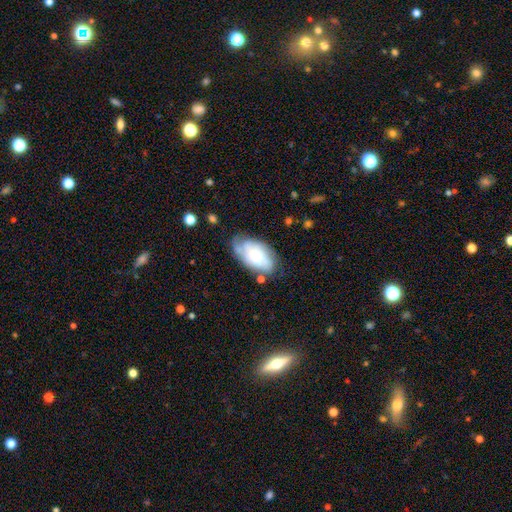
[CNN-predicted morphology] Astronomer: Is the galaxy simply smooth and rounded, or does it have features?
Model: smooth — 53% (runner-up: featured or disk, 40%).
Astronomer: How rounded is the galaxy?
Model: in between — 93%.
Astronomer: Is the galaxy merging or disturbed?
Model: none — 55%.